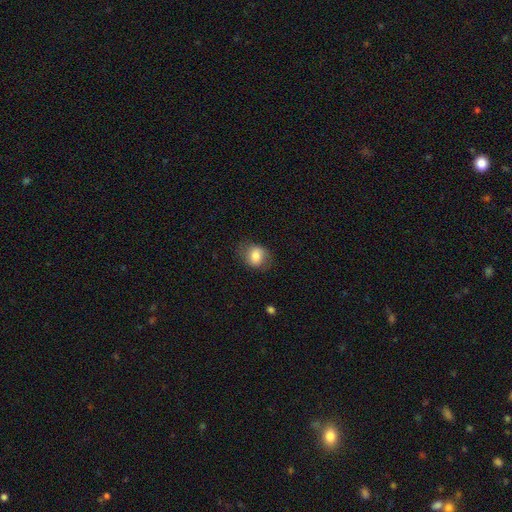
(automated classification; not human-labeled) A smooth galaxy with no disk features (75%) that is in between round and cigar-shaped (51%). Merging: none (72%).